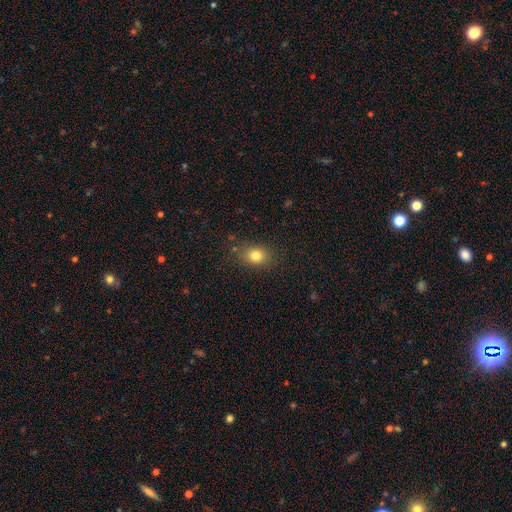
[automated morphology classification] Smooth or featured? Predicted: smooth (p=0.80). How rounded? Predicted: in between (p=0.57). Merging? Predicted: none (p=0.81).